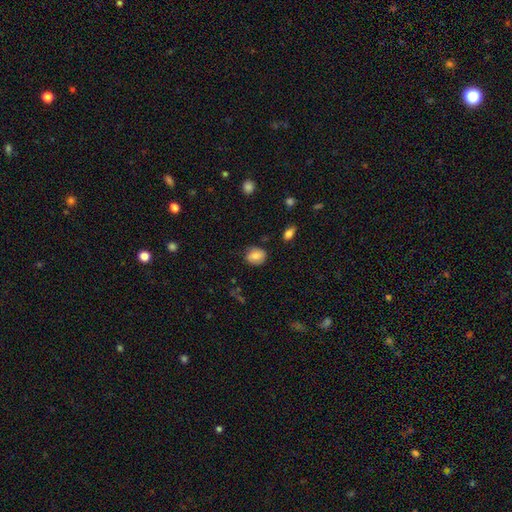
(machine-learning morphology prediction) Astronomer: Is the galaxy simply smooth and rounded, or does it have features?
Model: smooth — 80%.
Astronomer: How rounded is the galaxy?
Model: round — 56% (runner-up: in between, 43%).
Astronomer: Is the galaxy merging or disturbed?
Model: none — 78%.